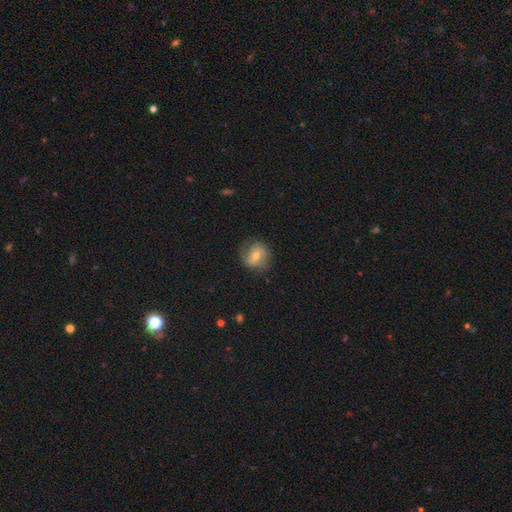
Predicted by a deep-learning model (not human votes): smooth_or_featured: featured or disk (p=0.56) [alt: smooth p=0.36]
disk_edge_on: no (p=0.96) [alt: yes p=0.04]
bar: weak (p=0.43) [alt: no p=0.38]
has_spiral_arms: yes (p=0.80) [alt: no p=0.20]
bulge_size: moderate (p=0.63) [alt: small p=0.32]
merging: none (p=0.73) [alt: minor disturbance p=0.19]